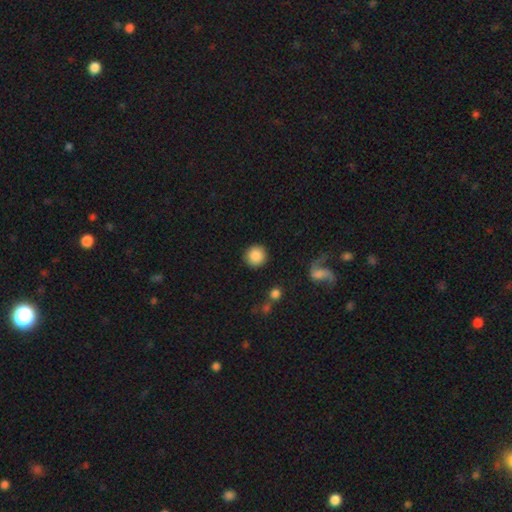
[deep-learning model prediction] smooth_or_featured: smooth (p=0.87) [alt: star or artifact p=0.08]
how_rounded: round (p=0.94) [alt: in between p=0.05]
merging: none (p=0.89) [alt: minor disturbance p=0.06]